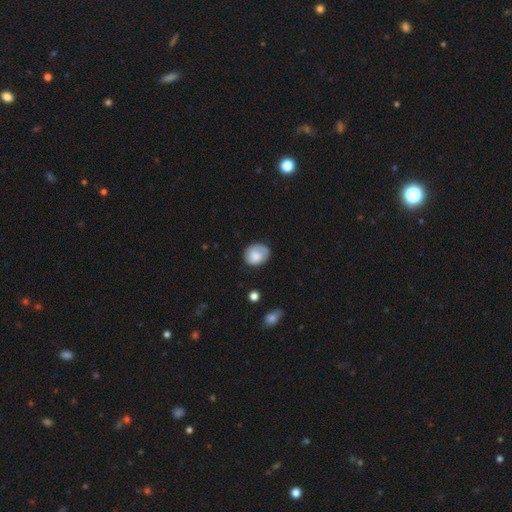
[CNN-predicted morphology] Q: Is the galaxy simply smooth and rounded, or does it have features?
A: smooth — 75%.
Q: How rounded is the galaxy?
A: round — 62%.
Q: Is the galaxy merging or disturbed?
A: none — 68%.